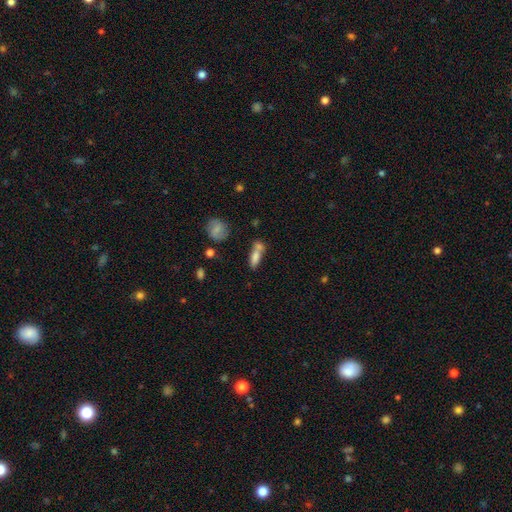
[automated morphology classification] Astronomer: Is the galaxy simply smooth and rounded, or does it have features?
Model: smooth — 74%.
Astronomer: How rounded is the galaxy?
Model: in between — 58% (runner-up: cigar-shaped, 37%).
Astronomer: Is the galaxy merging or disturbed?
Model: merger — 44% (runner-up: none, 37%).